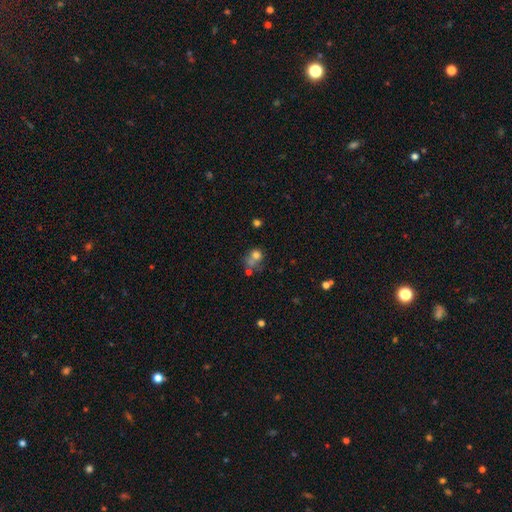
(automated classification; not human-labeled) smooth_or_featured: smooth (p=0.66) [alt: featured or disk p=0.19]
how_rounded: round (p=0.65) [alt: in between p=0.33]
merging: merger (p=0.40) [alt: none p=0.32]